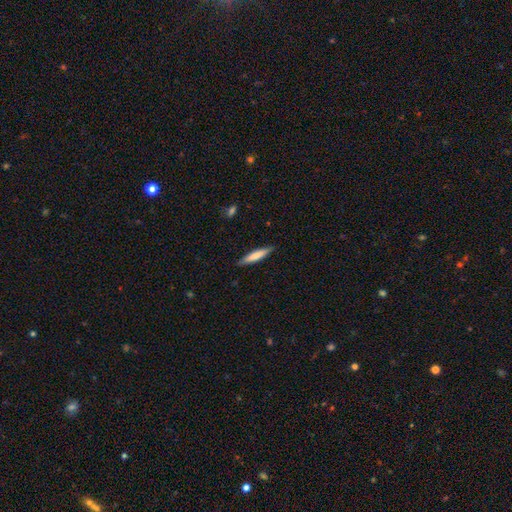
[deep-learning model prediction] Smooth or featured: smooth — 74% (featured or disk — 21%)
How rounded: cigar-shaped — 89% (in between — 10%)
Merging: none — 89% (minor disturbance — 9%)